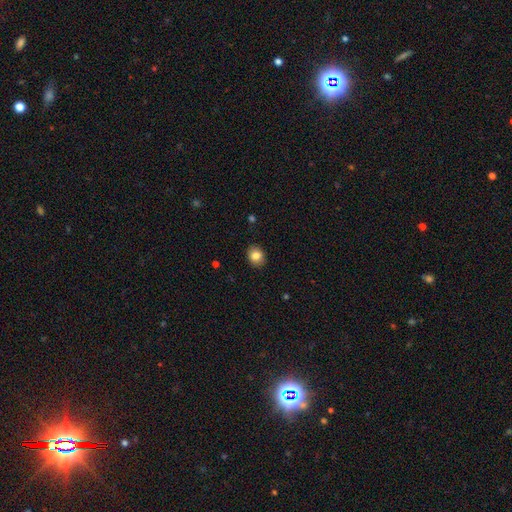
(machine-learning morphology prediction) A smooth galaxy with no disk features (83%) that is round (65%).

Vote fractions:
- Smooth or featured? smooth: 83% / star or artifact: 9% / featured or disk: 8%
- How rounded? round: 65% / in between: 34% / cigar-shaped: 1%
- Merging? none: 90% / minor disturbance: 7% / major disturbance: 2% / merger: 1%